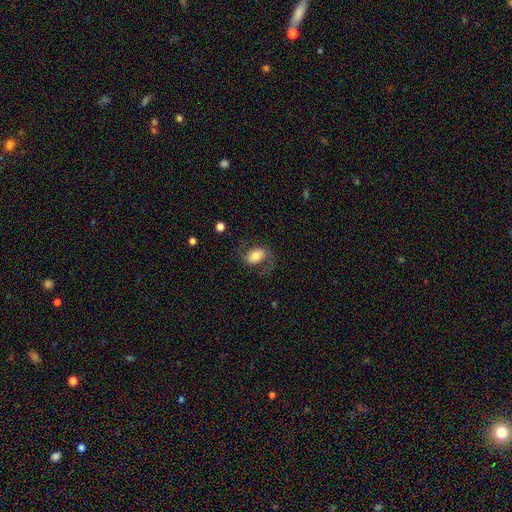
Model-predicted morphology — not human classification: This is possibly a smooth galaxy (47%). Merging: likely none (60%).